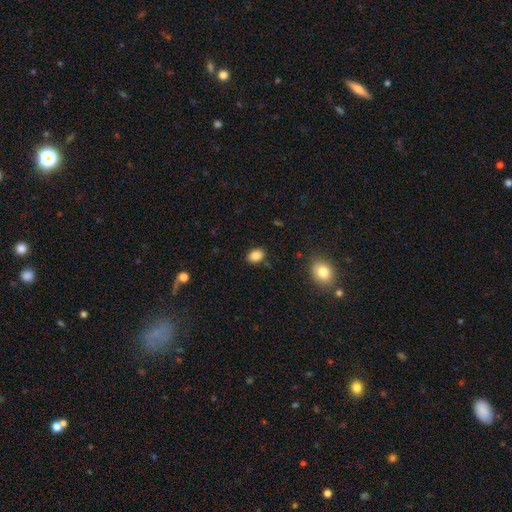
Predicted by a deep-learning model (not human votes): The model was most divided on "how rounded": in between: 77%, round: 22%, cigar-shaped: 1%. More confident: smooth or featured — smooth (85%); merging — none (84%).